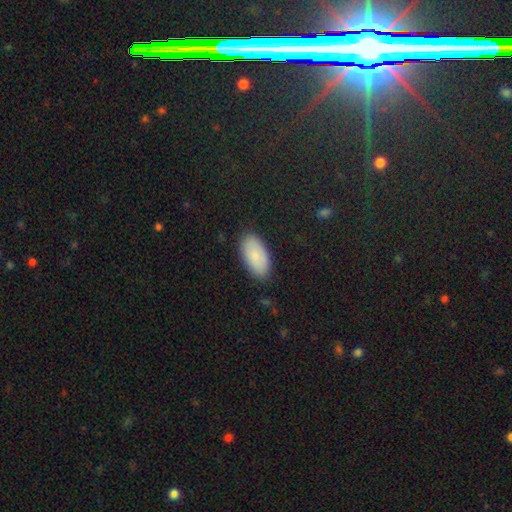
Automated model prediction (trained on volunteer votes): A smooth galaxy with no disk features (81%) that is in between round and cigar-shaped (95%).

Vote fractions:
- Smooth or featured? smooth: 81% / featured or disk: 12% / star or artifact: 7%
- How rounded? in between: 95% / cigar-shaped: 3% / round: 3%
- Merging? none: 86% / minor disturbance: 10% / major disturbance: 2% / merger: 1%